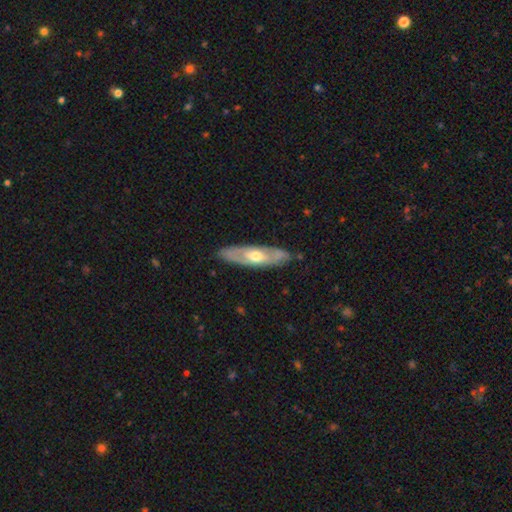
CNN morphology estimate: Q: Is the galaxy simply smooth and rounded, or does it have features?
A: featured or disk — 59%.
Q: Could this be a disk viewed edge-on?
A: no — 59%.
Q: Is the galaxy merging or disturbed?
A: none — 84%.